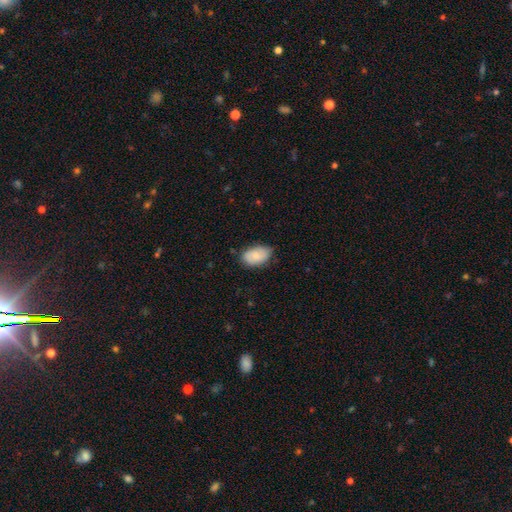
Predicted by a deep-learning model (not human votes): Smooth or featured: smooth — 78% (featured or disk — 16%)
How rounded: in between — 92% (round — 7%)
Merging: none — 71% (minor disturbance — 25%)